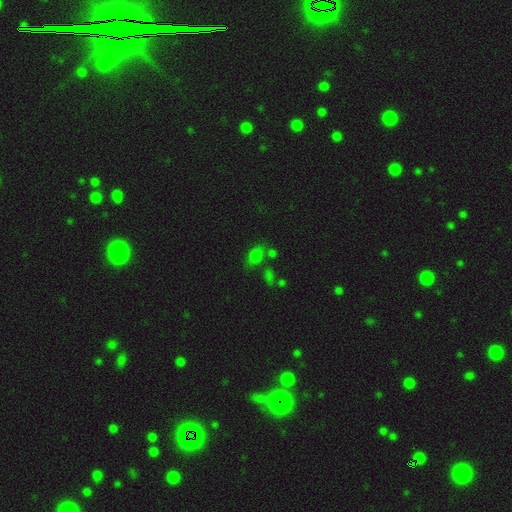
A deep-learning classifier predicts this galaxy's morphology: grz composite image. It shows a smooth galaxy with no disk features (67%) that is in between round and cigar-shaped (67%). Merging: none (57%).